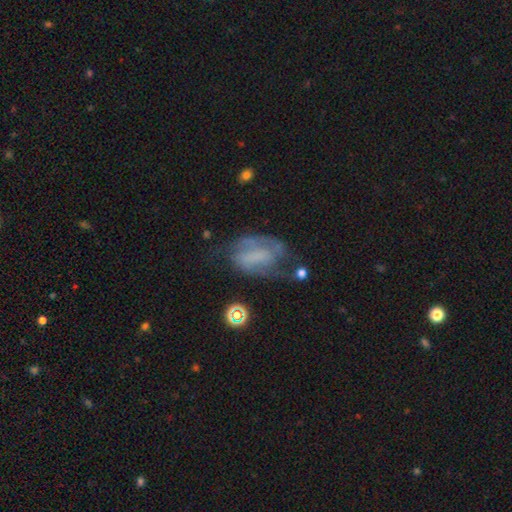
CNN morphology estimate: The model was most divided on "bar": no: 43%, weak: 35%, strong: 21%. Remaining: edge-on disk — no (96%); spiral arms — yes (76%); smooth or featured — featured or disk (66%); bulge size — none (61%); merging — none (44%).